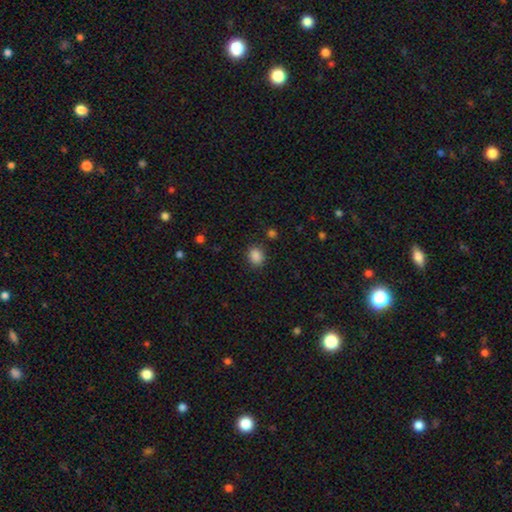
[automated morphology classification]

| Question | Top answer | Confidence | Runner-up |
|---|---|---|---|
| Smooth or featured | smooth | 86% | star or artifact (10%) |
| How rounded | round | 52% | in between (47%) |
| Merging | none | 85% | minor disturbance (10%) |